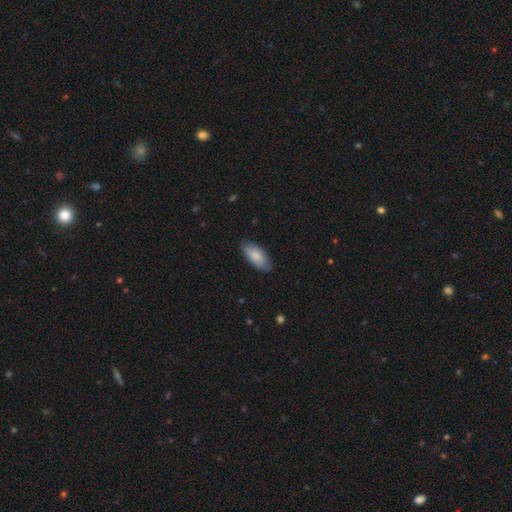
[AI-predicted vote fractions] A smooth galaxy with no disk features (86%) that is in between round and cigar-shaped (86%).

Vote fractions:
- Smooth or featured? smooth: 86% / featured or disk: 9% / star or artifact: 5%
- How rounded? in between: 86% / cigar-shaped: 12% / round: 2%
- Merging? none: 85% / minor disturbance: 12% / major disturbance: 2% / merger: 1%